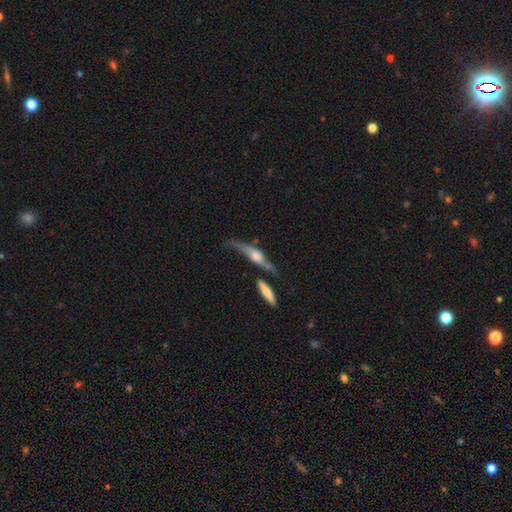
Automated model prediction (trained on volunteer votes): This is likely a featured or disk galaxy (76%). It is likely viewed edge-on (76%). Edge-on bulge: clearly rounded (87%). Merging: possibly none (47%).